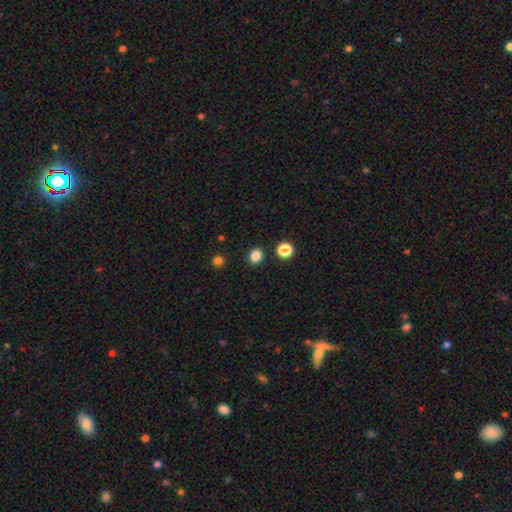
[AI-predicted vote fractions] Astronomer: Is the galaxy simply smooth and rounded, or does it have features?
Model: smooth — 84%.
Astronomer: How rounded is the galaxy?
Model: round — 75%.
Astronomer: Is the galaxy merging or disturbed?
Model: none — 90%.